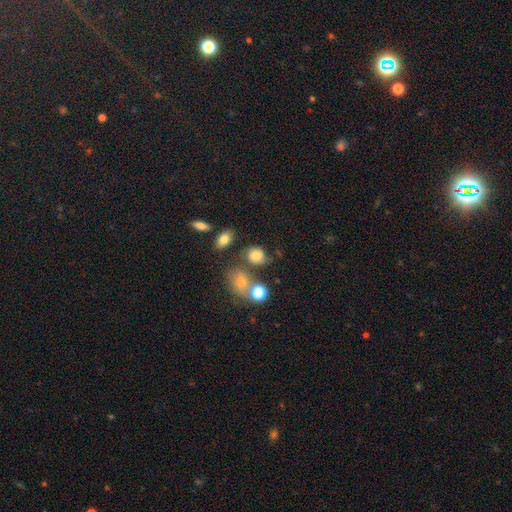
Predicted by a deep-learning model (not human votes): smooth 78%, star or artifact 12%, featured or disk 11%. Down the decision tree: how rounded — round (63%); merging — none (58%).